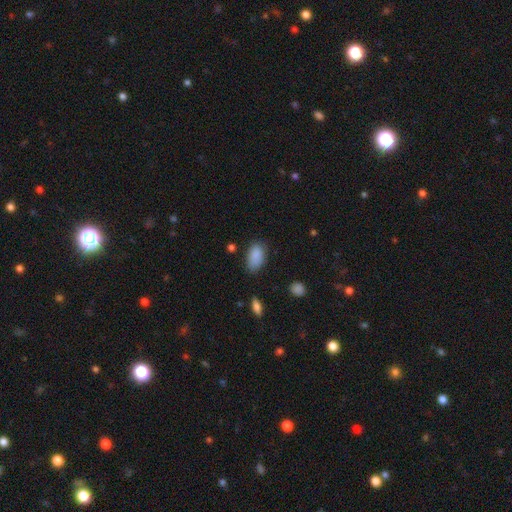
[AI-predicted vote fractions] This appears to be a smooth galaxy with no disk features (88%) that is in between round and cigar-shaped (93%). Merging: none (72%).